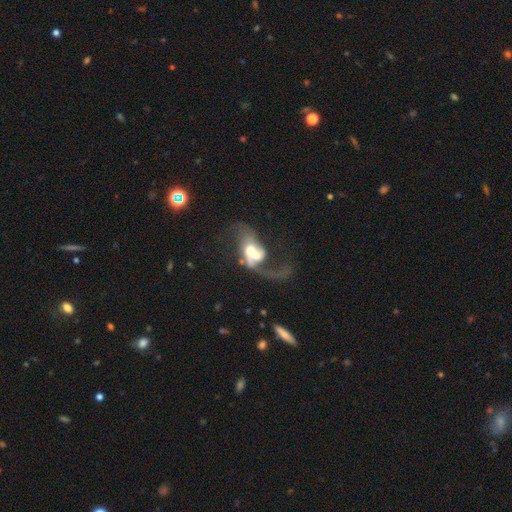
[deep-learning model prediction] Q: Smooth or featured?
A: featured or disk (70%); runner-up: smooth (22%)
Q: Edge-on disk?
A: no (96%); runner-up: yes (4%)
Q: Bar?
A: no (62%); runner-up: weak (29%)
Q: Spiral arms?
A: yes (76%); runner-up: no (24%)
Q: Spiral winding?
A: loose (79%); runner-up: medium (17%)
Q: Spiral arm count?
A: 2 (50%); runner-up: 1 (37%)
Q: Bulge size?
A: moderate (52%); runner-up: large (24%)
Q: Merging?
A: merger (61%); runner-up: major disturbance (23%)